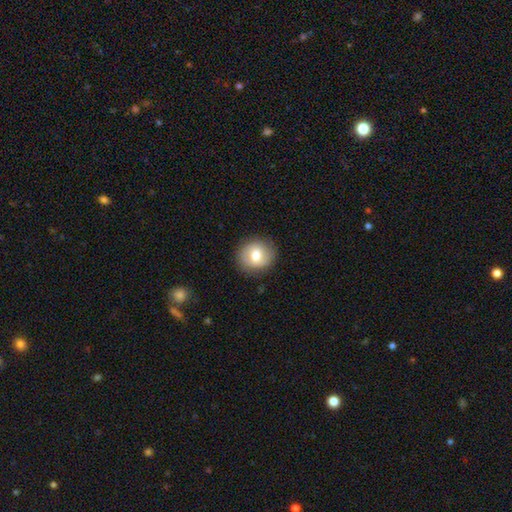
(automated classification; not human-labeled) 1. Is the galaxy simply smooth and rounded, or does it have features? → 69% smooth, 23% featured or disk, 8% star or artifact.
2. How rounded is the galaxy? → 82% round, 17% in between, 1% cigar-shaped.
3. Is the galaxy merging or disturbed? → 86% none, 10% minor disturbance, 3% major disturbance, 1% merger.